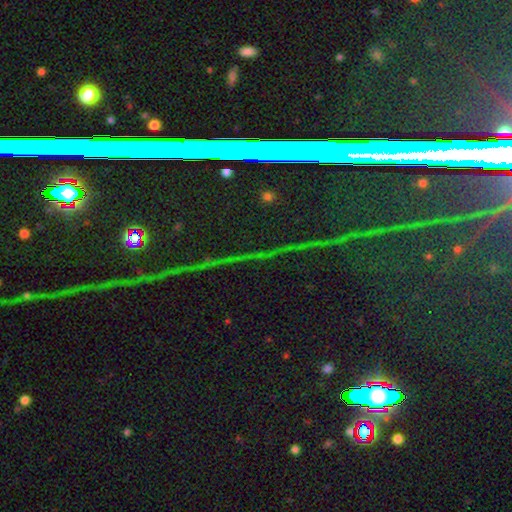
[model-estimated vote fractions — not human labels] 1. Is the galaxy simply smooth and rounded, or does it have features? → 78% star or artifact, 13% featured or disk, 9% smooth.